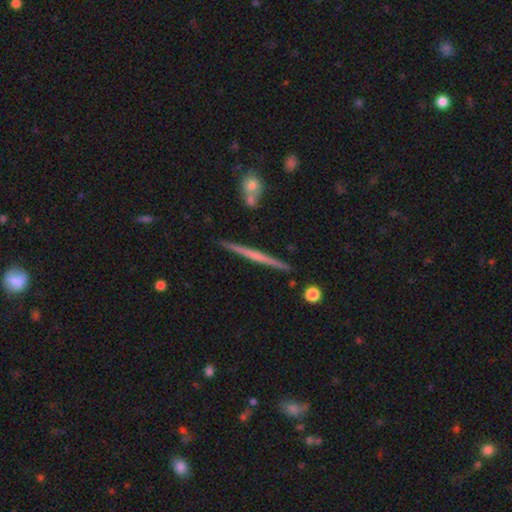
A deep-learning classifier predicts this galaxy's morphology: featured or disk 63%, smooth 32%, star or artifact 5%. Down the decision tree: edge-on disk — yes (98%); edge-on bulge — none (71%); merging — none (91%).